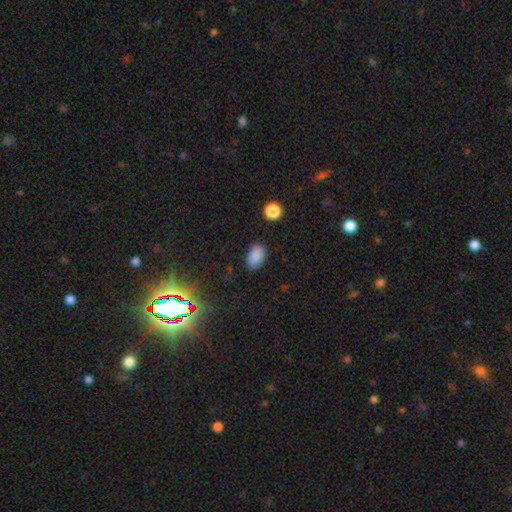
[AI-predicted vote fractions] smooth 86%, star or artifact 10%, featured or disk 4%. Down the decision tree: how rounded — in between (89%); merging — none (84%).